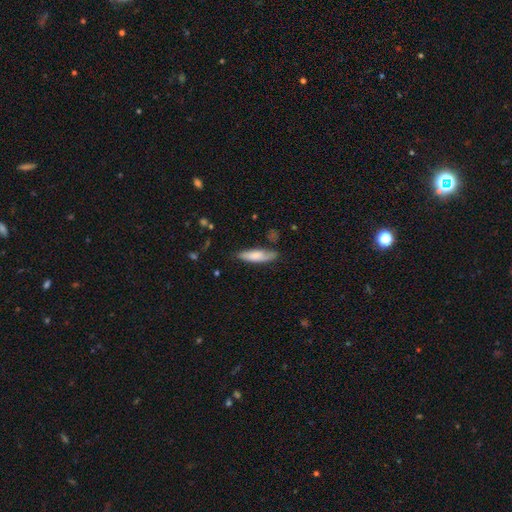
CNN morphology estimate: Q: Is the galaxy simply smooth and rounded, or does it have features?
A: smooth — 71%.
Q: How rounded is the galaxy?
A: cigar-shaped — 61%.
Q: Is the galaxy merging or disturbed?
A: none — 70%.